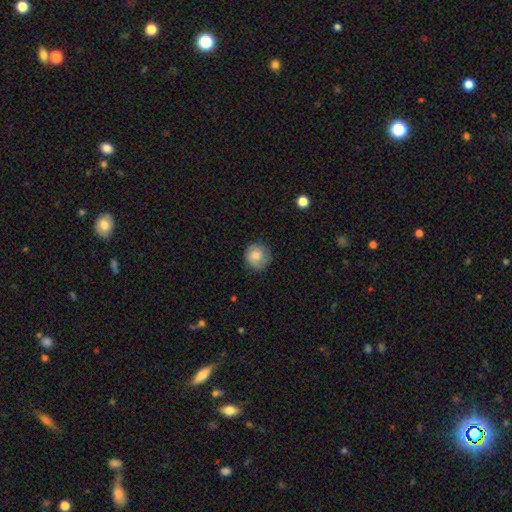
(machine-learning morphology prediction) A smooth galaxy with no disk features (79%) that is round (89%).

Vote fractions:
- Smooth or featured? smooth: 79% / featured or disk: 13% / star or artifact: 8%
- How rounded? round: 89% / in between: 10% / cigar-shaped: 1%
- Merging? none: 81% / minor disturbance: 15% / major disturbance: 3% / merger: 1%